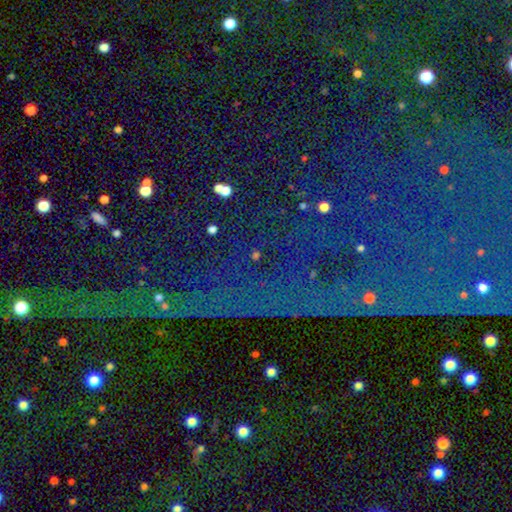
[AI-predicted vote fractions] Smooth or featured? star or artifact (79%)